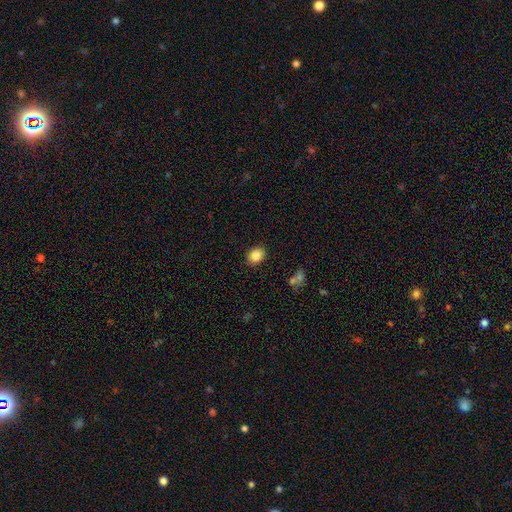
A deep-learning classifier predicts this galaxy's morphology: Smooth or featured?
  - smooth: 85% *
  - star or artifact: 9%
  - featured or disk: 6%
How rounded?
  - in between: 53% *
  - round: 46%
  - cigar-shaped: 1%
Merging?
  - none: 87% *
  - minor disturbance: 9%
  - major disturbance: 2%
  - merger: 2%